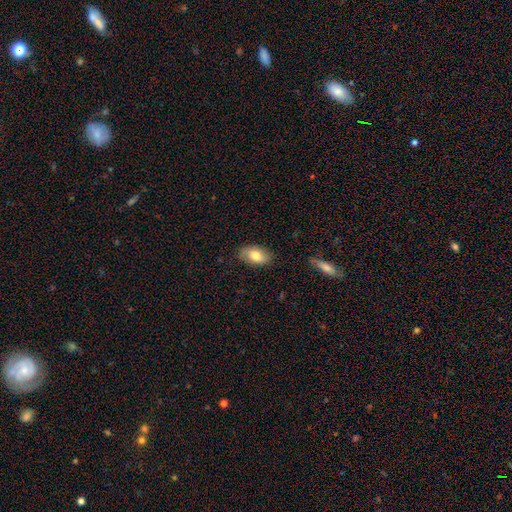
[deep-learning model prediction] Smooth or featured? smooth (76%)
How rounded? in between (92%)
Merging? none (83%)